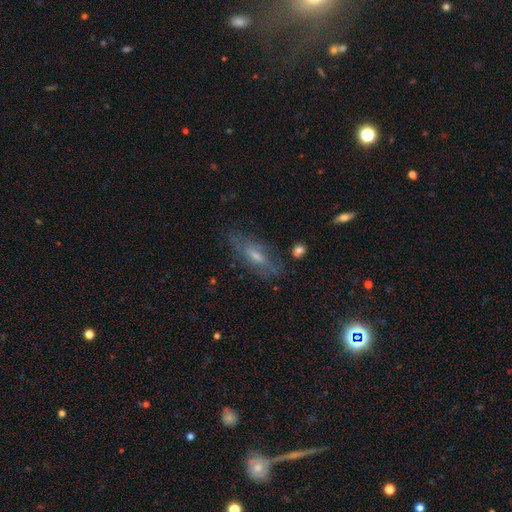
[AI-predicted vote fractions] Smooth or featured? Predicted: featured or disk (p=0.49). Merging? Predicted: none (p=0.69).